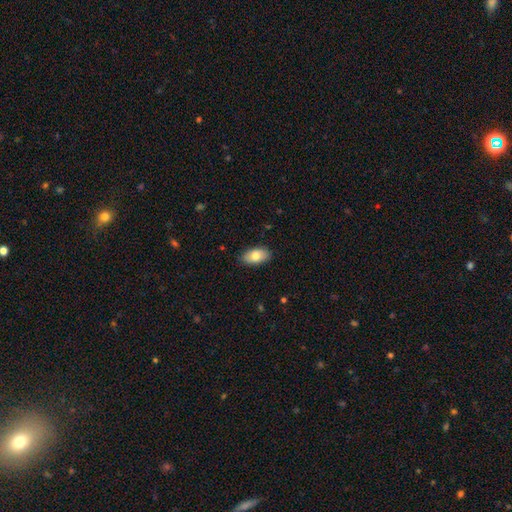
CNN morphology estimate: A smooth galaxy with no disk features (81%) that is in between round and cigar-shaped (93%). Merging: none (87%).